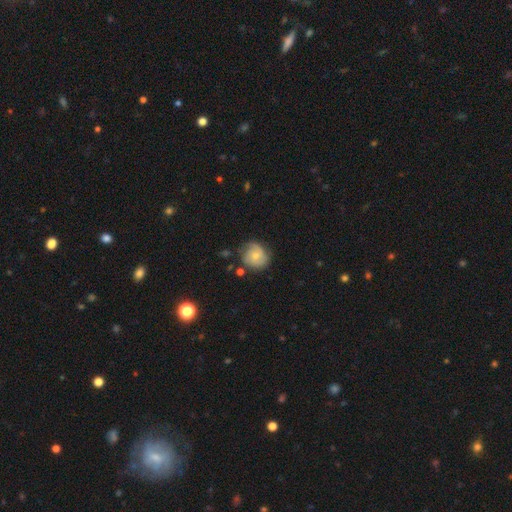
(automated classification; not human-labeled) smooth 49%, featured or disk 44%, star or artifact 8%. Down the decision tree: merging — none (62%).